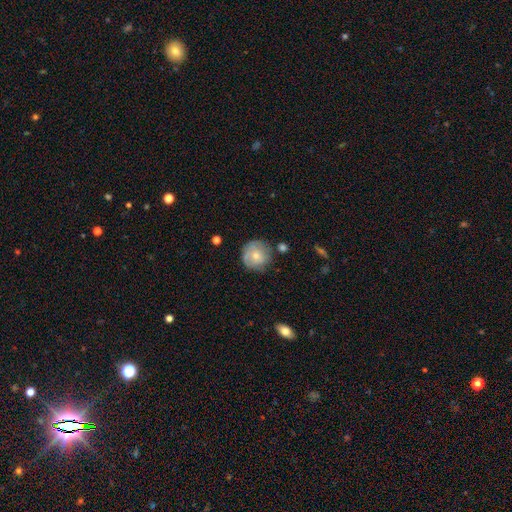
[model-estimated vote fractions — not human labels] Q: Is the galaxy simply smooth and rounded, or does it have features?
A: smooth — 56%.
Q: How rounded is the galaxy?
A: round — 91%.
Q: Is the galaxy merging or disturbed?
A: none — 69%.